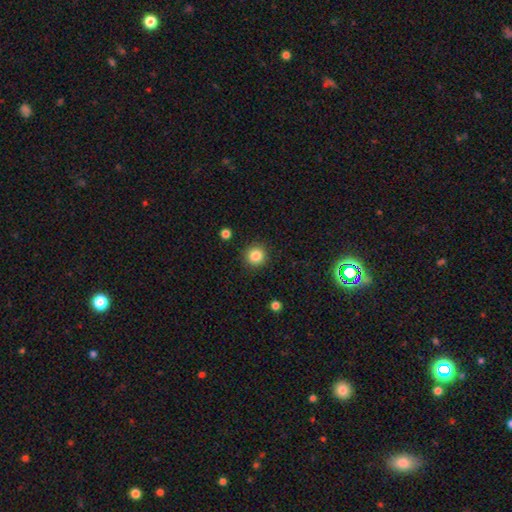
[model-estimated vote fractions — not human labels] smooth-or-featured: smooth: 84% | star or artifact: 11% | featured or disk: 5%
  how-rounded: round: 94% | in between: 5% | cigar-shaped: 1%
  merging: none: 91% | minor disturbance: 6% | major disturbance: 2% | merger: 1%